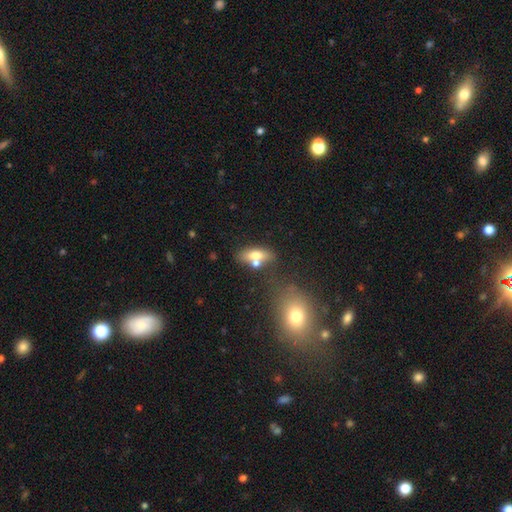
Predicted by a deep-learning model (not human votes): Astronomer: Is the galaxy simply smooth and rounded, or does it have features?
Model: smooth — 65%.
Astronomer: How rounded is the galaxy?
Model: in between — 73%.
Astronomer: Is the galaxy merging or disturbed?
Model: none — 49% (runner-up: merger, 32%).